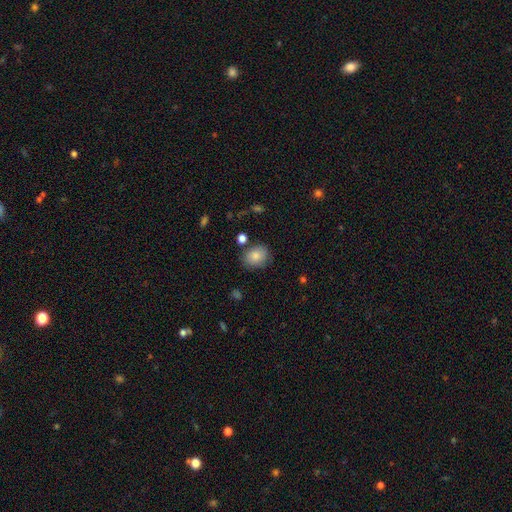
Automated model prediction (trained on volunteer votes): Overall: smooth (84%). How rounded: in between (53%; round 46%). Merging: none (79%).